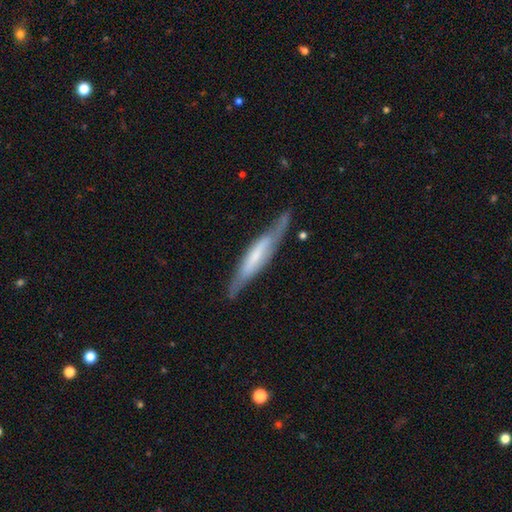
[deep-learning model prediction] Smooth or featured: featured or disk — 62% (smooth — 32%)
Edge-on disk: yes — 78% (no — 22%)
Merging: none — 71% (minor disturbance — 21%)